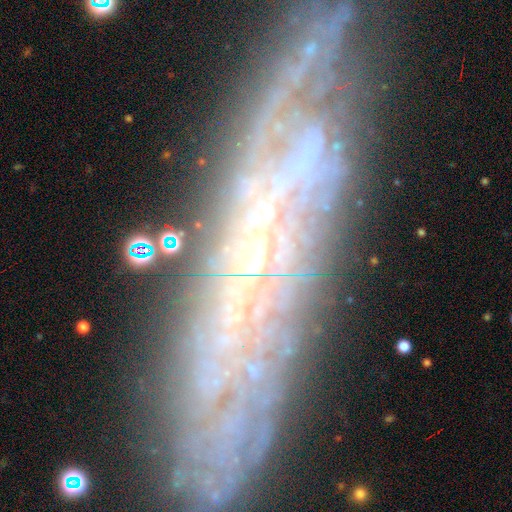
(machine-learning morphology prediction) A featured or disk galaxy (64%) viewed edge-on (53%).

Vote fractions:
- Smooth or featured? featured or disk: 64% / star or artifact: 20% / smooth: 16%
- Edge-on disk? yes: 53% / no: 47%
- Merging? none: 74% / minor disturbance: 16% / major disturbance: 6% / merger: 3%